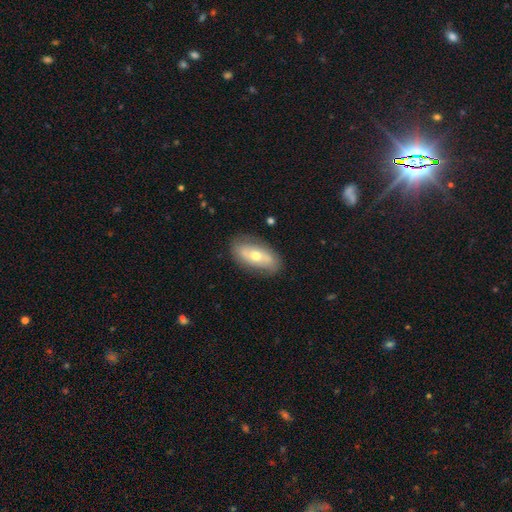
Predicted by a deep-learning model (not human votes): Smooth or featured: featured or disk — 49% (smooth — 45%)
Merging: none — 80% (minor disturbance — 15%)